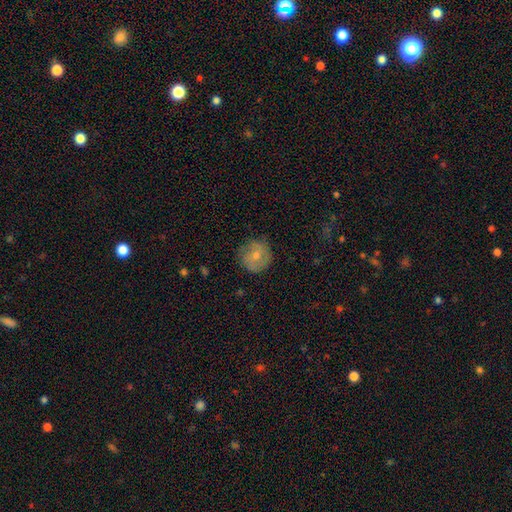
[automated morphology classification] A smooth galaxy with no disk features (55%) that is round (90%). Merging: none (78%).